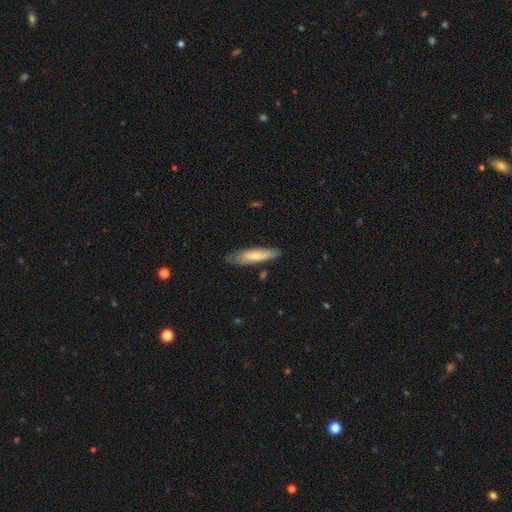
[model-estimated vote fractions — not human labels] smooth_or_featured: smooth (p=0.65) [alt: featured or disk p=0.29]
how_rounded: cigar-shaped (p=0.72) [alt: in between p=0.26]
merging: none (p=0.75) [alt: minor disturbance p=0.20]